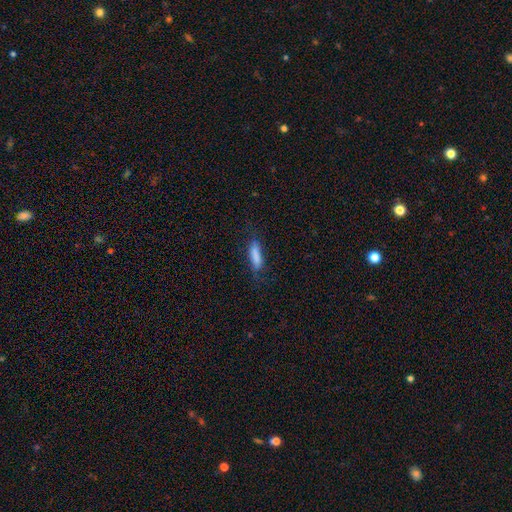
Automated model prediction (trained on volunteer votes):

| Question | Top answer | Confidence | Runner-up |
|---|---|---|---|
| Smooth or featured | smooth | 82% | featured or disk (11%) |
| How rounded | cigar-shaped | 61% | in between (37%) |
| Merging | none | 70% | minor disturbance (20%) |